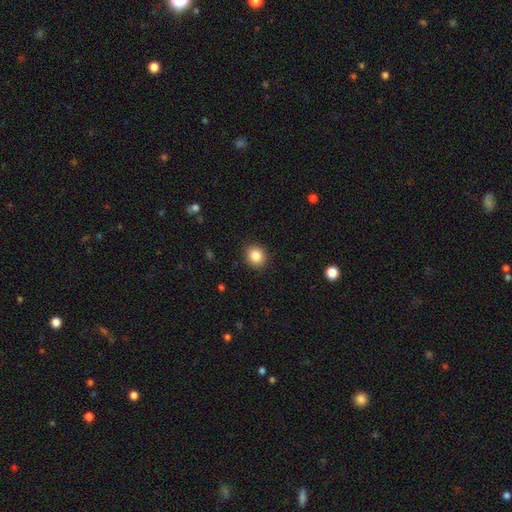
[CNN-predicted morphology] This appears to be a smooth galaxy with no disk features (86%) that is round (74%). Merging: none (90%).